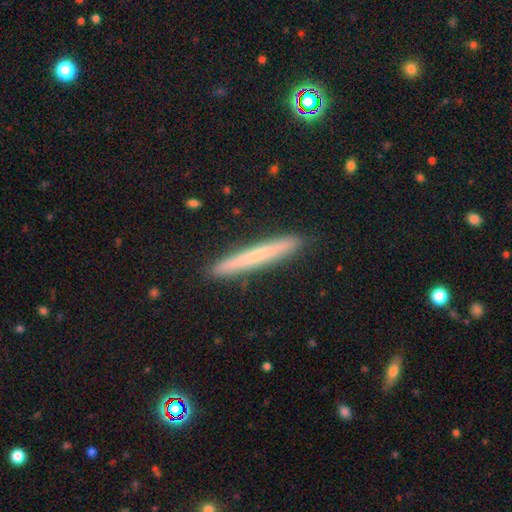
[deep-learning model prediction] Smooth or featured?
  - smooth: 58% *
  - featured or disk: 35%
  - star or artifact: 7%
How rounded?
  - cigar-shaped: 97% *
  - in between: 2%
  - round: 1%
Merging?
  - none: 92% *
  - minor disturbance: 6%
  - major disturbance: 1%
  - merger: 1%